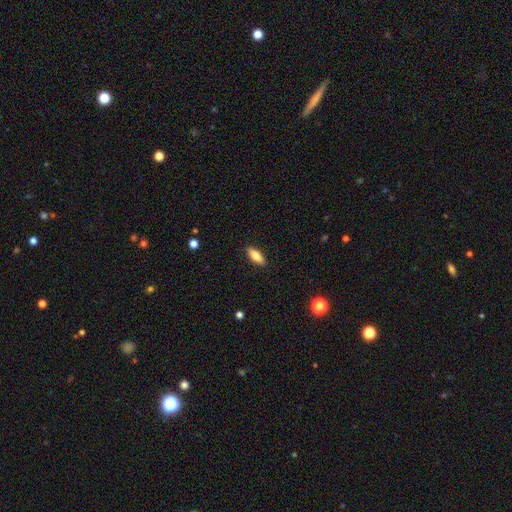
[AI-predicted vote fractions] Q: Smooth or featured?
A: smooth (77%); runner-up: featured or disk (17%)
Q: How rounded?
A: in between (68%); runner-up: cigar-shaped (30%)
Q: Merging?
A: none (89%); runner-up: minor disturbance (8%)